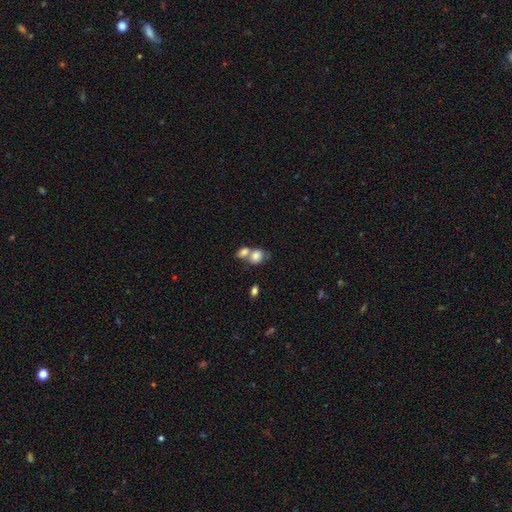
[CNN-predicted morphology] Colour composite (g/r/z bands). It shows a smooth galaxy with no disk features (80%) that is in between round and cigar-shaped (53%). Merging: merger (60%).